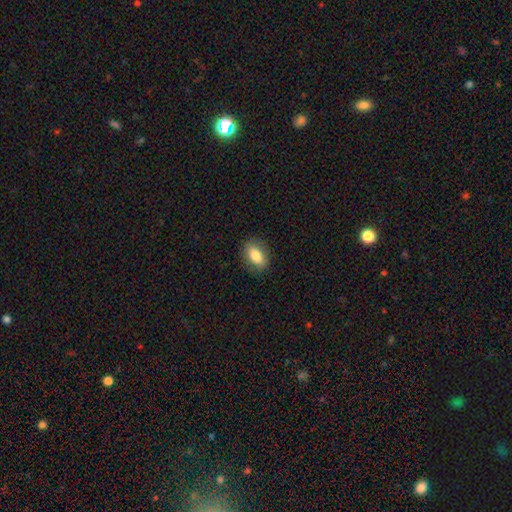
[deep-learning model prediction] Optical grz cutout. It shows a smooth galaxy with no disk features (79%) that is in between round and cigar-shaped (86%). Merging: none (85%).